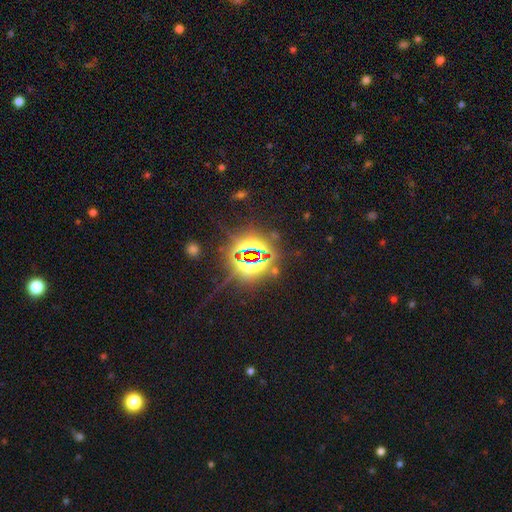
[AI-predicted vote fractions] This is clearly a star or artifact rather than a galaxy (83%).